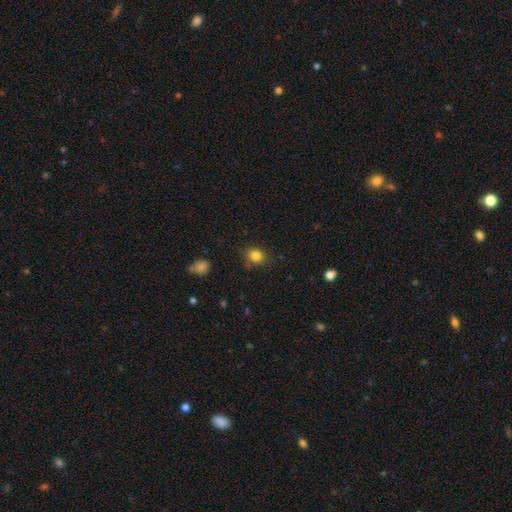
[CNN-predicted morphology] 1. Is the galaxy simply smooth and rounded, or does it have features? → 83% smooth, 12% star or artifact, 6% featured or disk.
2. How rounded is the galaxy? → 66% round, 33% in between, 1% cigar-shaped.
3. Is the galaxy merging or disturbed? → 80% none, 14% minor disturbance, 4% major disturbance, 2% merger.